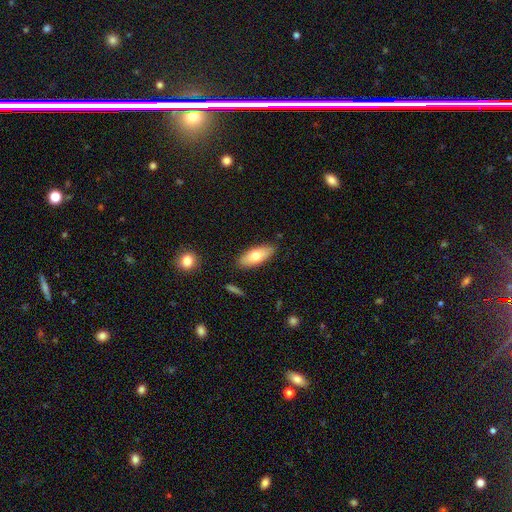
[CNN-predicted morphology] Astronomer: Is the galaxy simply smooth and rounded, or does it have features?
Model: smooth — 70%.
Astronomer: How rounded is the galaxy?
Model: in between — 78%.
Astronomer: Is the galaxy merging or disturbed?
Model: none — 86%.